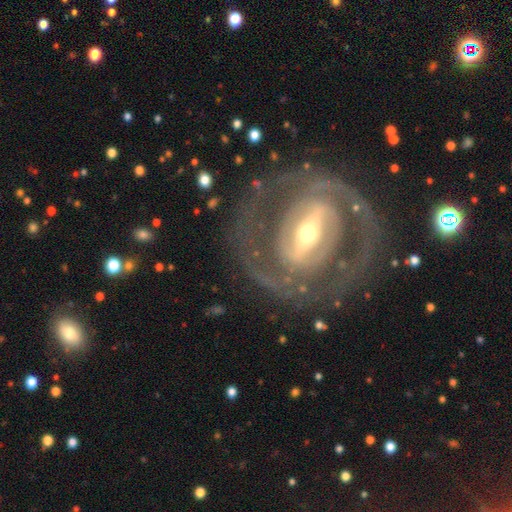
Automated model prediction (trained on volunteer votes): The model was most divided on "bulge size": moderate: 48%, small: 40%, large: 9%, dominant: 2%, none: 1%. More confident: edge-on disk — no (94%); spiral arms — yes (87%); smooth or featured — featured or disk (87%); merging — none (76%); spiral arm count — 2 (69%); bar — strong (60%); spiral winding — tight (55%).